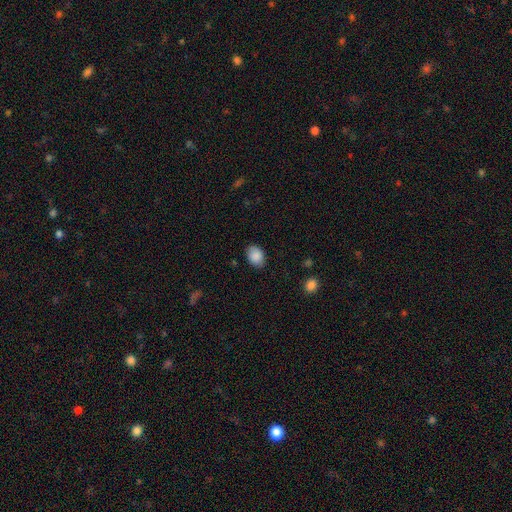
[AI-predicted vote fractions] This appears to be a smooth galaxy with no disk features (88%) that is in between round and cigar-shaped (76%). Merging: none (85%).